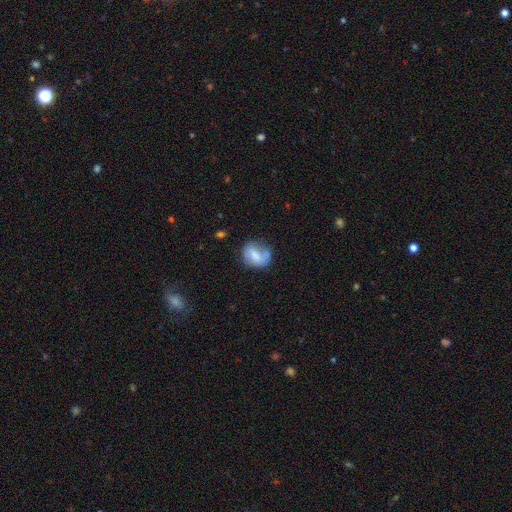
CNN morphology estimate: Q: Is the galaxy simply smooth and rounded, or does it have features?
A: smooth — 61%.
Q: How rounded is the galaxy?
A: round — 51%.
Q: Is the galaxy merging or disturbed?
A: none — 49%.